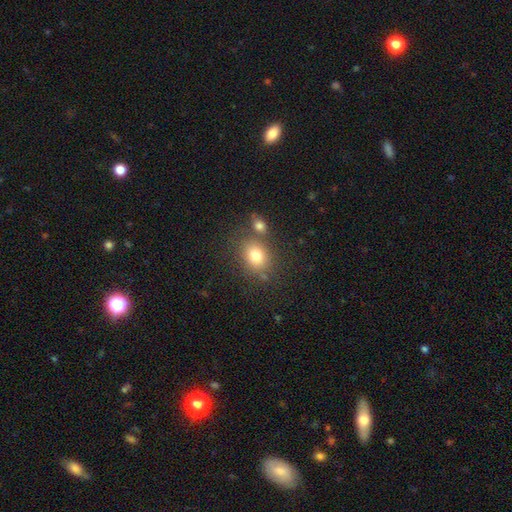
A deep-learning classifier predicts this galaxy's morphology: smooth-or-featured: smooth: 78% | star or artifact: 12% | featured or disk: 10%
  how-rounded: round: 53% | in between: 46% | cigar-shaped: 1%
  merging: none: 66% | merger: 18% | minor disturbance: 12% | major disturbance: 4%